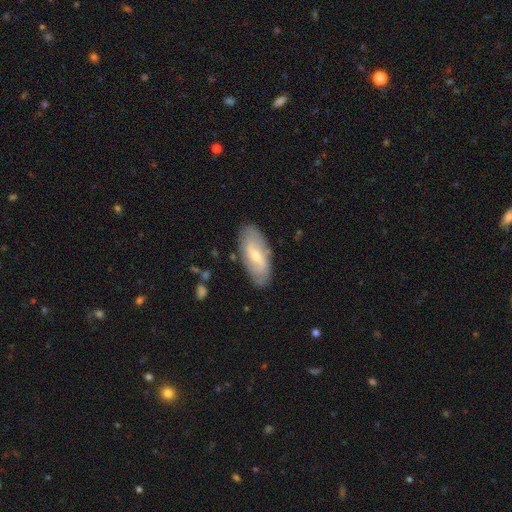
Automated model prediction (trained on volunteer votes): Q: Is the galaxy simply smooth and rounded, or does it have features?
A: featured or disk — 52%.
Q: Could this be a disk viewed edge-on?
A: no — 85%.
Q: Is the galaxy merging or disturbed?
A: none — 83%.